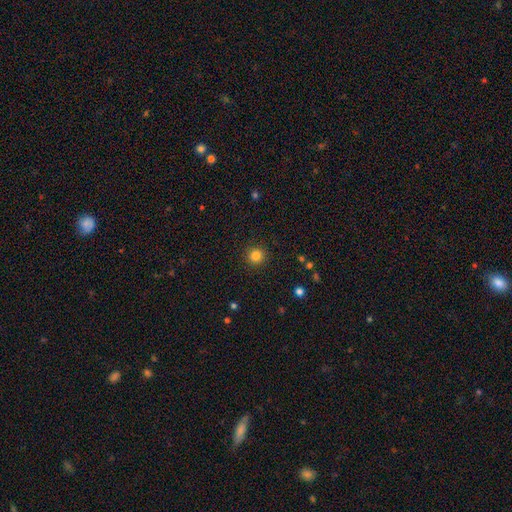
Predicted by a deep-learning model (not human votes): smooth-or-featured: smooth: 83% | star or artifact: 12% | featured or disk: 5%
  how-rounded: round: 94% | in between: 5% | cigar-shaped: 1%
  merging: none: 92% | minor disturbance: 5% | major disturbance: 2% | merger: 1%